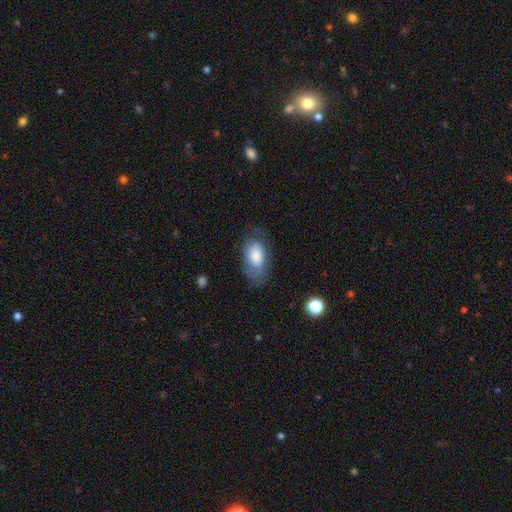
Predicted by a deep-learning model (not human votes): The model was most divided on "smooth or featured": smooth: 64%, featured or disk: 28%, star or artifact: 8%. More confident: how rounded — in between (91%); merging — none (64%).